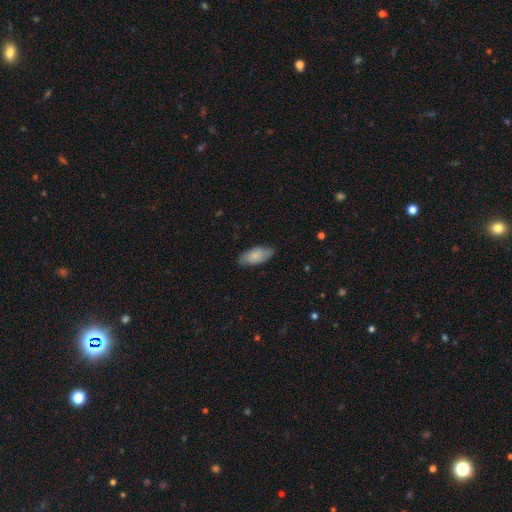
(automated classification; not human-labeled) The model was most divided on "merging": none: 81%, minor disturbance: 16%, major disturbance: 3%, merger: 1%. More confident: how rounded — in between (87%); smooth or featured — smooth (80%).